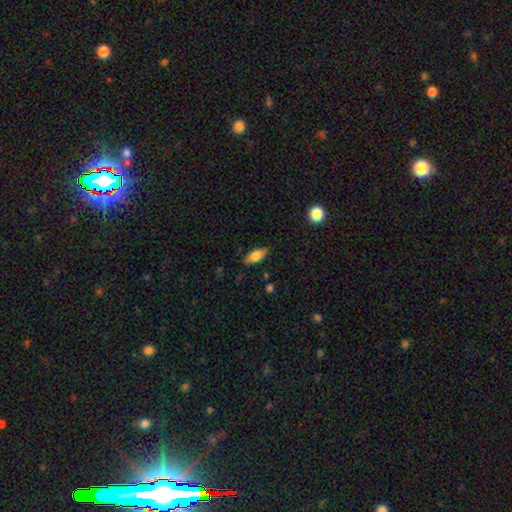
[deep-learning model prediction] Overall: smooth (74%). How rounded: in between (80%). Merging: none (85%).